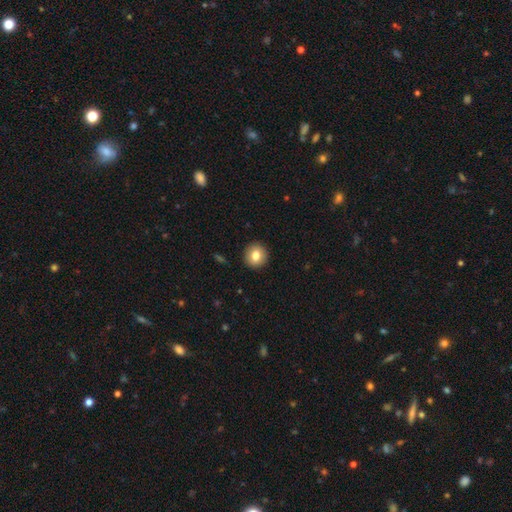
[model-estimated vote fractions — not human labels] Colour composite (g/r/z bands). It shows a smooth galaxy with no disk features (81%) that is round (93%). Merging: none (93%).